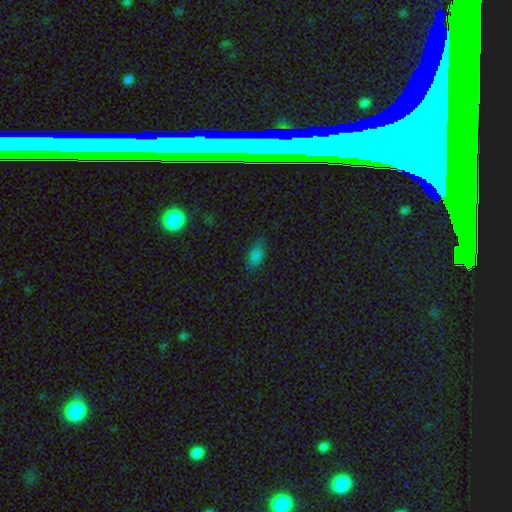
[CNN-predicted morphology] Smooth or featured: smooth — 79% (star or artifact — 15%)
How rounded: in between — 90% (cigar-shaped — 6%)
Merging: none — 68% (minor disturbance — 25%)